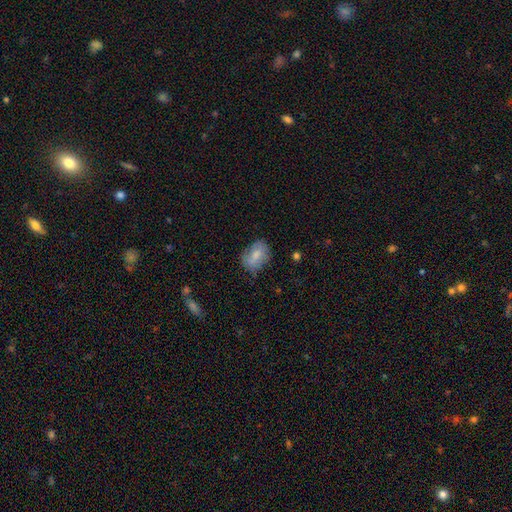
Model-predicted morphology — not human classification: smooth 74%, featured or disk 18%, star or artifact 7%. Down the decision tree: how rounded — in between (78%); merging — none (64%).